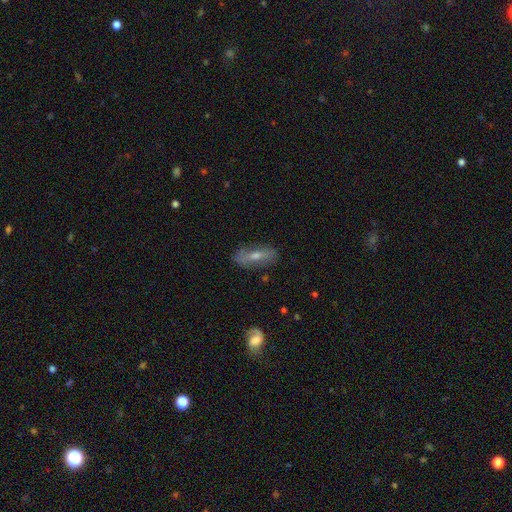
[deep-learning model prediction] Q: Smooth or featured?
A: featured or disk (52%); runner-up: smooth (38%)
Q: Edge-on disk?
A: no (65%); runner-up: yes (35%)
Q: Merging?
A: none (78%); runner-up: minor disturbance (15%)